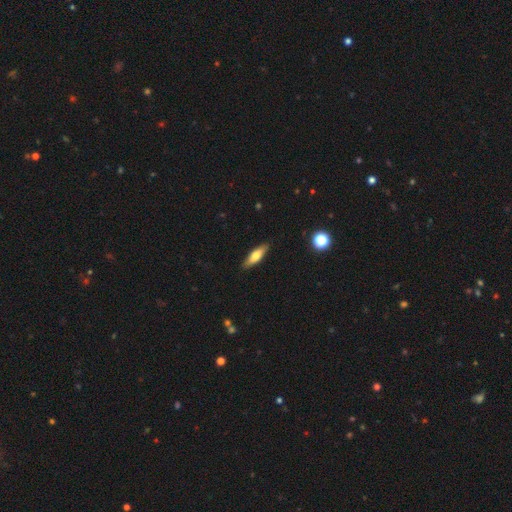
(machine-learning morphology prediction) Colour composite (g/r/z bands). It shows a smooth galaxy with no disk features (66%) that is cigar-shaped (52%). Merging: none (87%).